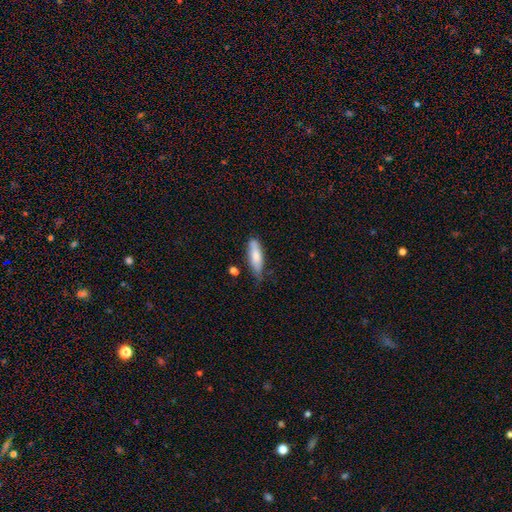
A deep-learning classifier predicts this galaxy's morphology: This is likely a smooth galaxy (76%). How rounded: possibly cigar-shaped (53%). Merging: possibly none (58%).